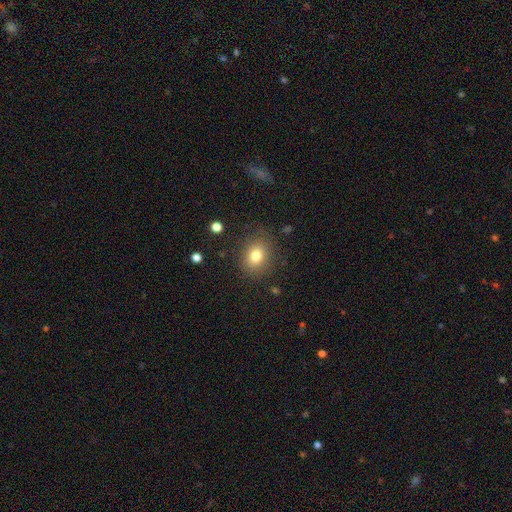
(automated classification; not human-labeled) Smooth or featured?
  - smooth: 79% *
  - star or artifact: 12%
  - featured or disk: 9%
How rounded?
  - round: 60% *
  - in between: 39%
  - cigar-shaped: 1%
Merging?
  - none: 84% *
  - minor disturbance: 11%
  - major disturbance: 4%
  - merger: 1%